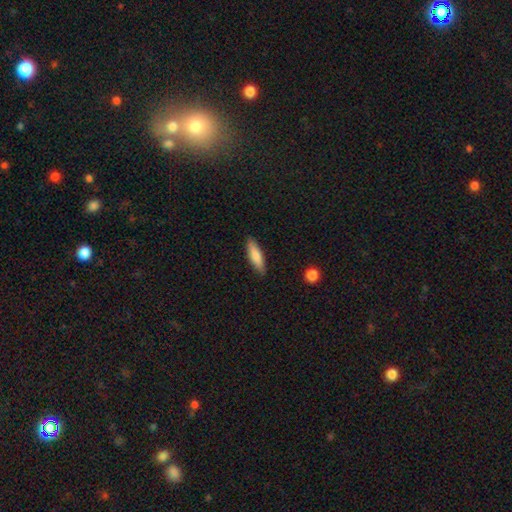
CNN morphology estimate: The model was most divided on "how rounded": cigar-shaped: 66%, in between: 33%, round: 2%. More confident: merging — none (88%); smooth or featured — smooth (81%).